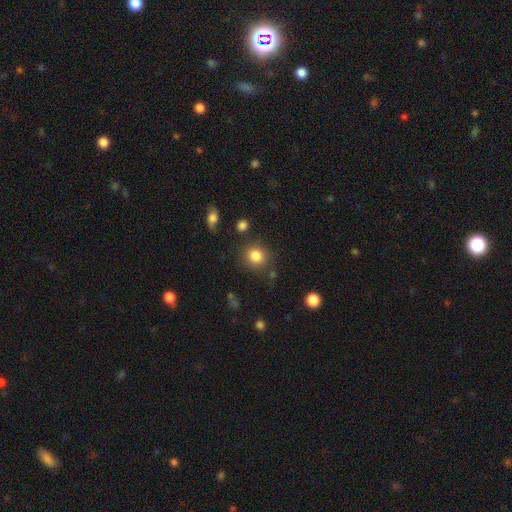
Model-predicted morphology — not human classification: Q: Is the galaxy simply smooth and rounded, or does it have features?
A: smooth — 84%.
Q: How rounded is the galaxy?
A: round — 83%.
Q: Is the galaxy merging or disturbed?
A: none — 81%.